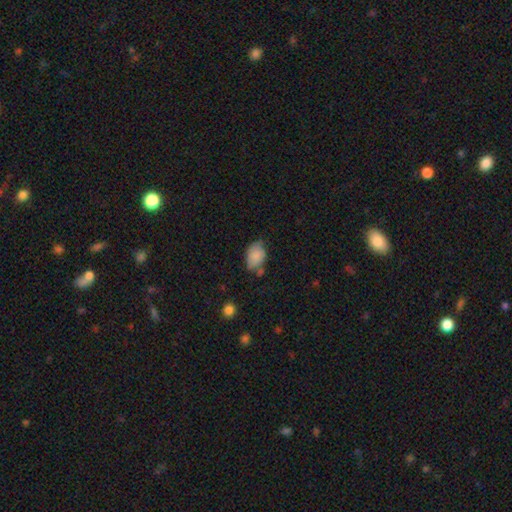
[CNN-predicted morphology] Smooth or featured?
  - smooth: 84% *
  - featured or disk: 8%
  - star or artifact: 7%
How rounded?
  - in between: 84% *
  - round: 15%
  - cigar-shaped: 1%
Merging?
  - none: 55% *
  - minor disturbance: 31%
  - major disturbance: 7%
  - merger: 7%